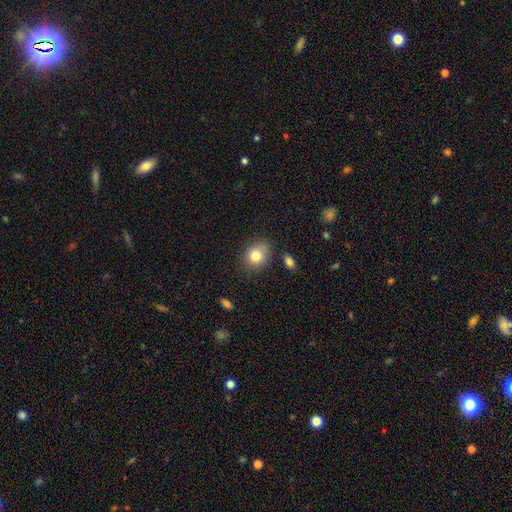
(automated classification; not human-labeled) Smooth or featured? Predicted: smooth (p=0.80). How rounded? Predicted: round (p=0.56). Merging? Predicted: none (p=0.73).